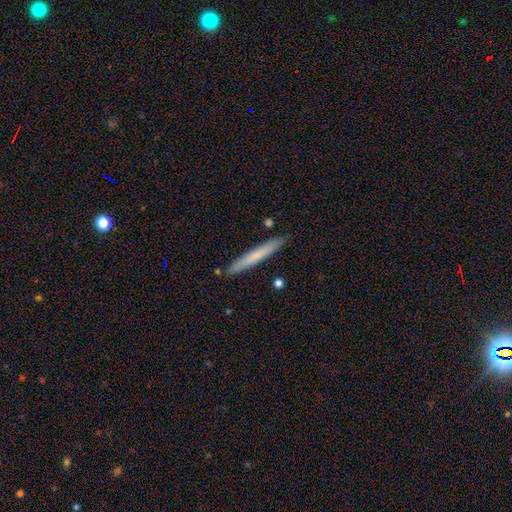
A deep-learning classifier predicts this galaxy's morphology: Smooth or featured?
  - smooth: 66% *
  - featured or disk: 28%
  - star or artifact: 6%
How rounded?
  - cigar-shaped: 96% *
  - in between: 2%
  - round: 1%
Merging?
  - none: 89% *
  - minor disturbance: 8%
  - merger: 2%
  - major disturbance: 1%